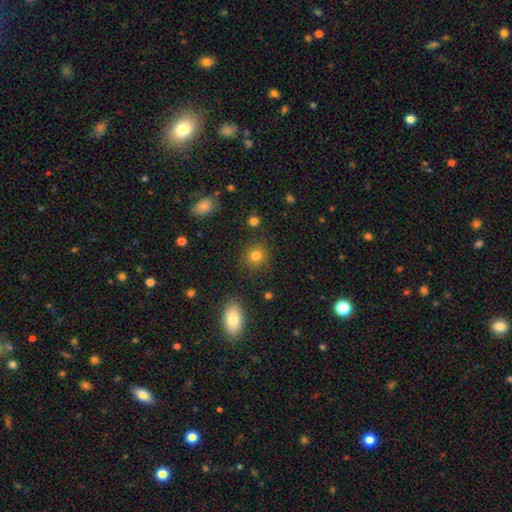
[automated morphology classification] Smooth or featured: smooth — 81% (star or artifact — 13%)
How rounded: round — 84% (in between — 15%)
Merging: none — 86% (minor disturbance — 8%)